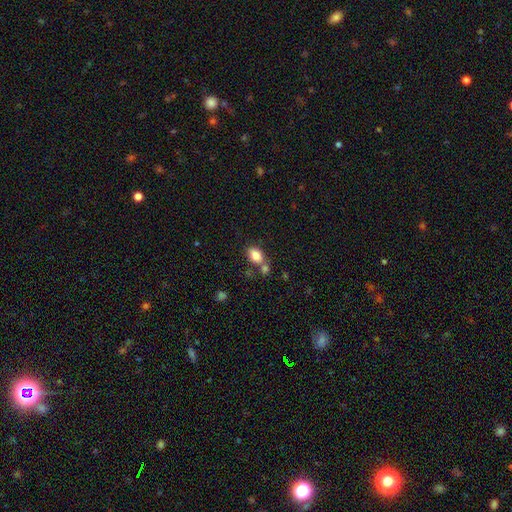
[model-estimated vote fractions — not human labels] Q: Smooth or featured?
A: smooth (82%); runner-up: featured or disk (10%)
Q: How rounded?
A: in between (85%); runner-up: round (13%)
Q: Merging?
A: none (54%); runner-up: merger (27%)